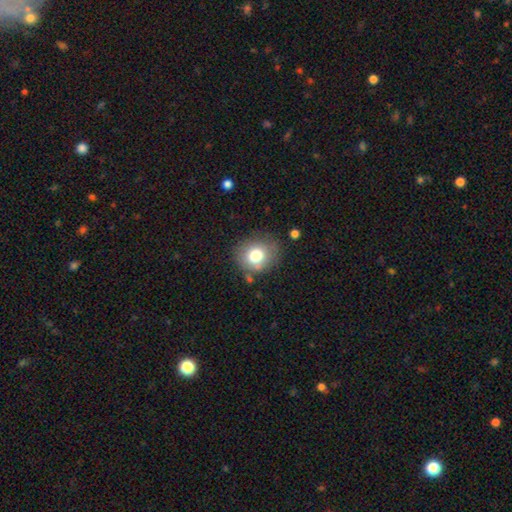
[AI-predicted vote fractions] A smooth galaxy with no disk features (76%) that is round (78%). Merging: none (76%).